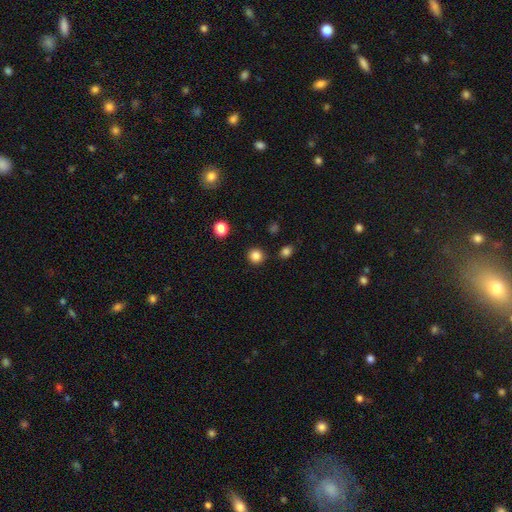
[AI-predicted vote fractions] This is clearly a smooth galaxy (85%). How rounded: clearly round (93%). Merging: clearly none (88%).